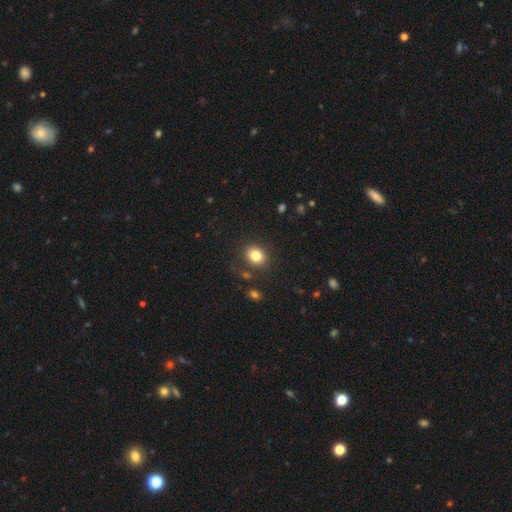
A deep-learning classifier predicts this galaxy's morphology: type=smooth (82%); roundness=round (63%); merging=none (84%).